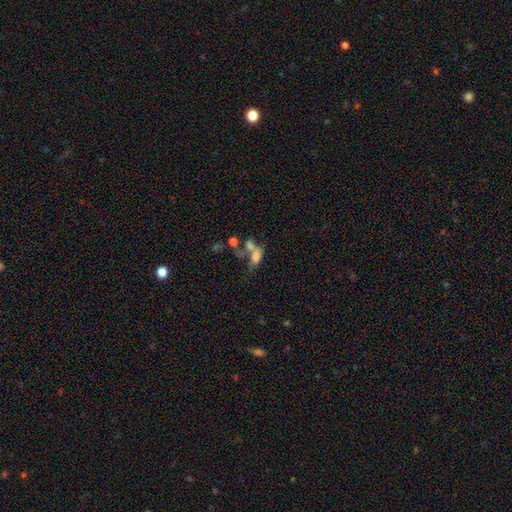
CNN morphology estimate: smooth-or-featured: smooth: 60% | featured or disk: 26% | star or artifact: 13%
  how-rounded: in between: 81% | round: 13% | cigar-shaped: 7%
  merging: merger: 51% | none: 21% | major disturbance: 17% | minor disturbance: 10%